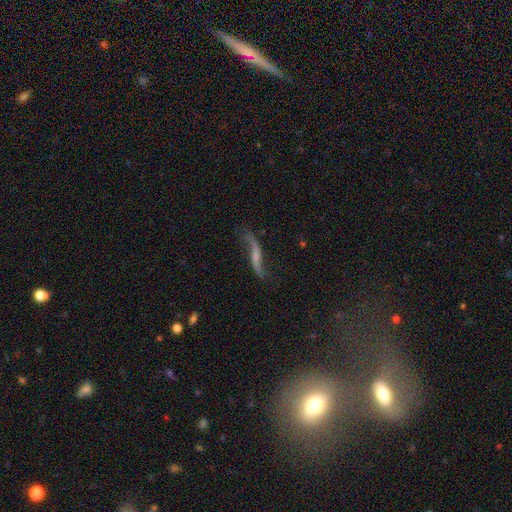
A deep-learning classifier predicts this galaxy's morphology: Overall: featured or disk (80%). Edge-on disk: no (73%). Bar: no (43%; weak 34%). Spiral arms: yes (92%). Spiral arm count: 2 (92%). Spiral winding: loose (95%). Bulge size: small (42%; none 37%). Merging: none (67%).